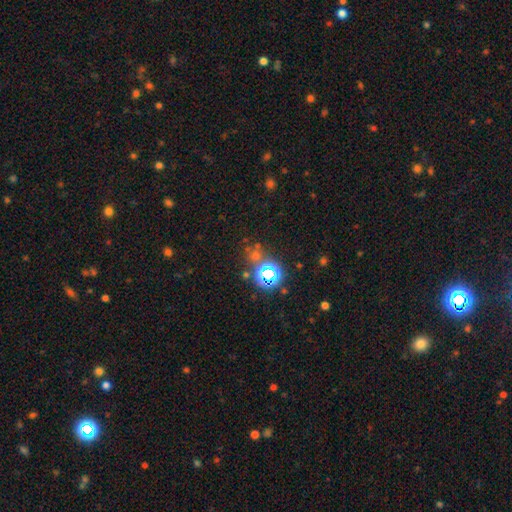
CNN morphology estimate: Overall: star or artifact (66%).